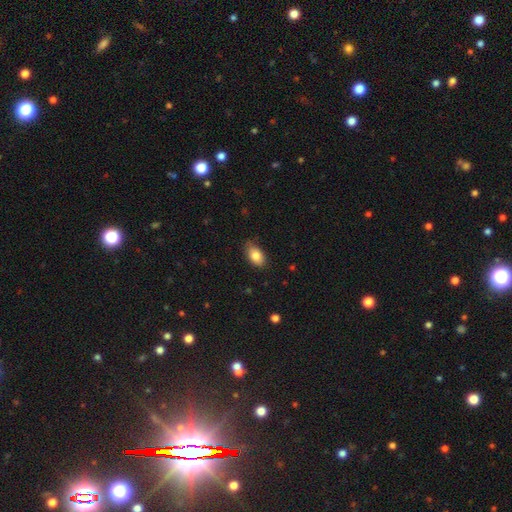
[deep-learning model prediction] A smooth galaxy with no disk features (84%) that is in between round and cigar-shaped (91%). Merging: none (79%).